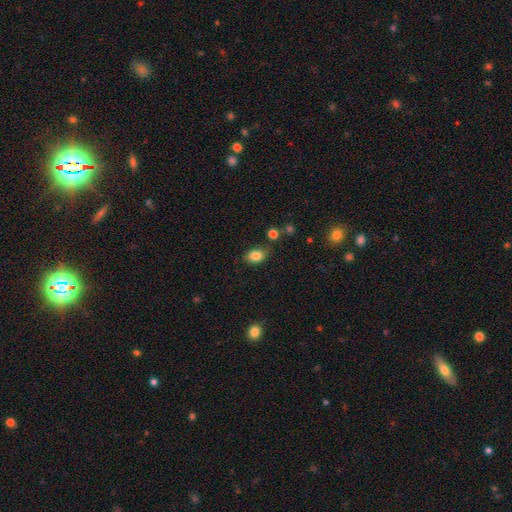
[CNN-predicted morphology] Smooth or featured: smooth — 84% (star or artifact — 10%)
How rounded: in between — 78% (round — 21%)
Merging: none — 74% (minor disturbance — 17%)